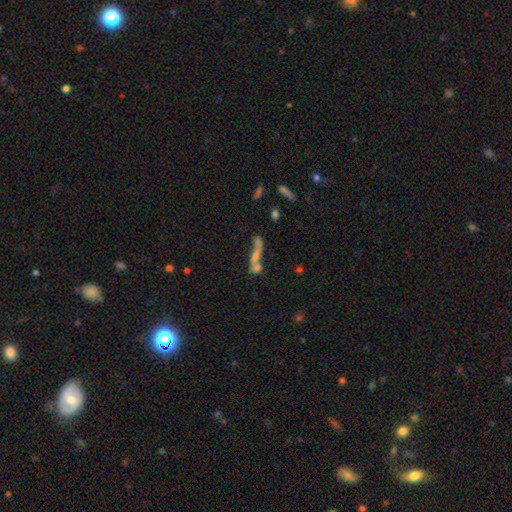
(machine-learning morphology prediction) smooth 44%, featured or disk 39%, star or artifact 17%. Down the decision tree: merging — merger (45%).